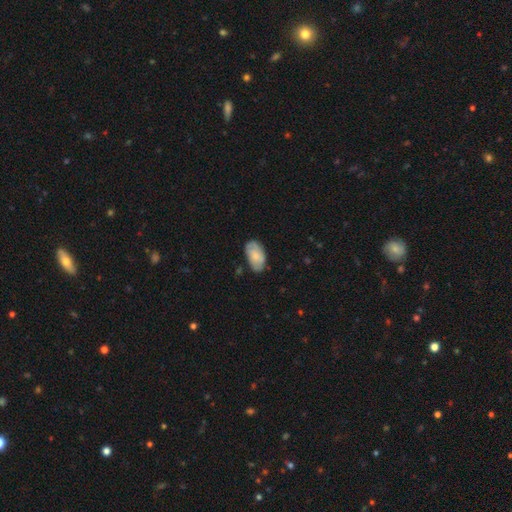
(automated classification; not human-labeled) Smooth or featured?
  - smooth: 64% *
  - featured or disk: 30%
  - star or artifact: 6%
How rounded?
  - in between: 94% *
  - round: 4%
  - cigar-shaped: 2%
Merging?
  - none: 70% *
  - minor disturbance: 24%
  - major disturbance: 5%
  - merger: 2%